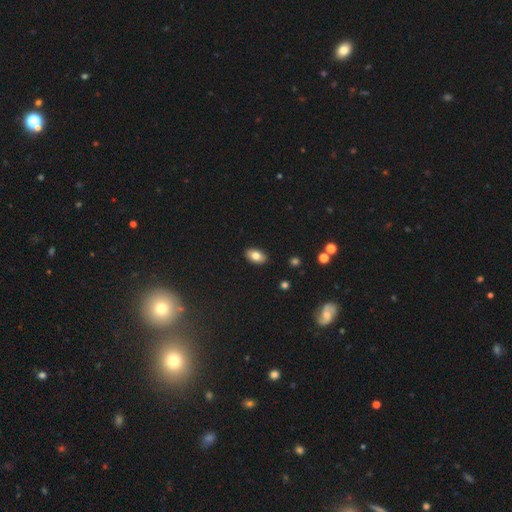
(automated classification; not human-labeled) A smooth galaxy with no disk features (79%) that is in between round and cigar-shaped (91%). Merging: none (88%).